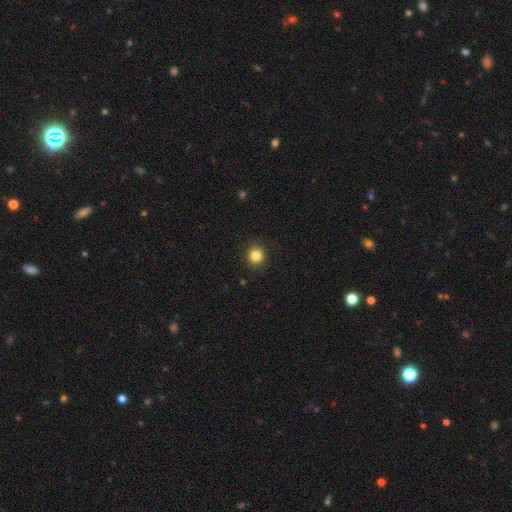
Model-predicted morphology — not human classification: Q: Smooth or featured?
A: smooth (84%); runner-up: star or artifact (11%)
Q: How rounded?
A: round (92%); runner-up: in between (7%)
Q: Merging?
A: none (92%); runner-up: minor disturbance (5%)